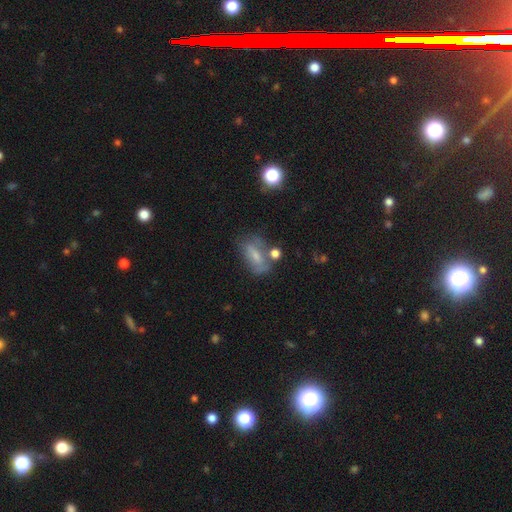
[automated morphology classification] smooth 51%, featured or disk 37%, star or artifact 12%. Down the decision tree: how rounded — in between (79%); merging — none (47%).